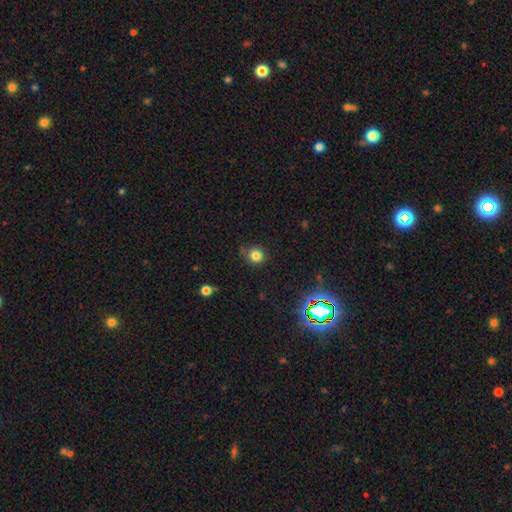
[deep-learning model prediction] A smooth galaxy with no disk features (79%) that is round (90%).

Vote fractions:
- Smooth or featured? smooth: 79% / star or artifact: 15% / featured or disk: 6%
- How rounded? round: 90% / in between: 9% / cigar-shaped: 1%
- Merging? none: 79% / minor disturbance: 15% / major disturbance: 3% / merger: 3%